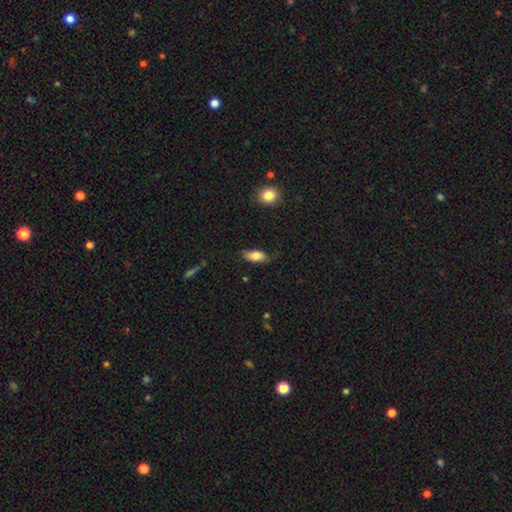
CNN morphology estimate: This appears to be a smooth galaxy with no disk features (82%) that is in between round and cigar-shaped (86%). Merging: none (70%).